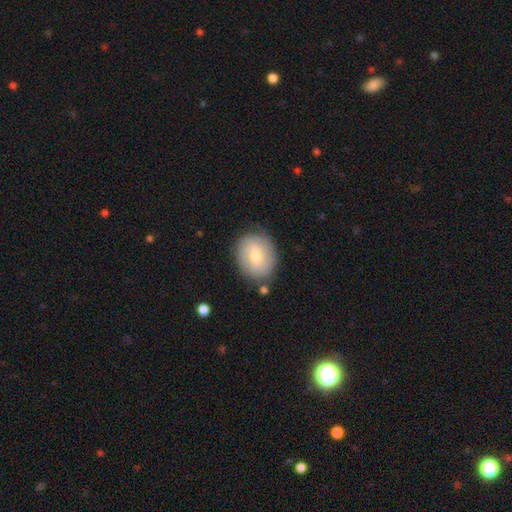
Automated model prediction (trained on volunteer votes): This is possibly a featured or disk galaxy (47%). Merging: clearly none (81%).